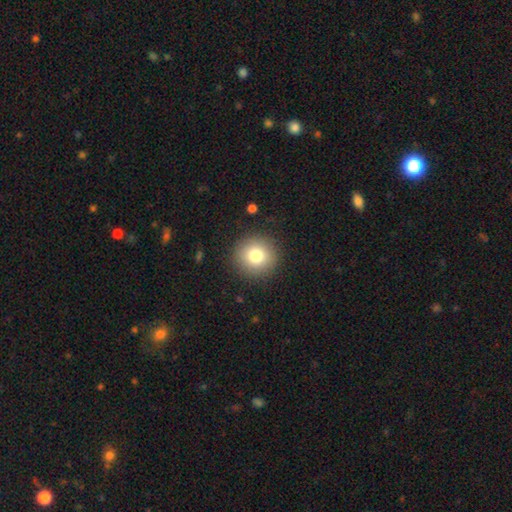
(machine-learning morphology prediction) Smooth or featured? Predicted: smooth (p=0.79). How rounded? Predicted: round (p=0.94). Merging? Predicted: none (p=0.90).